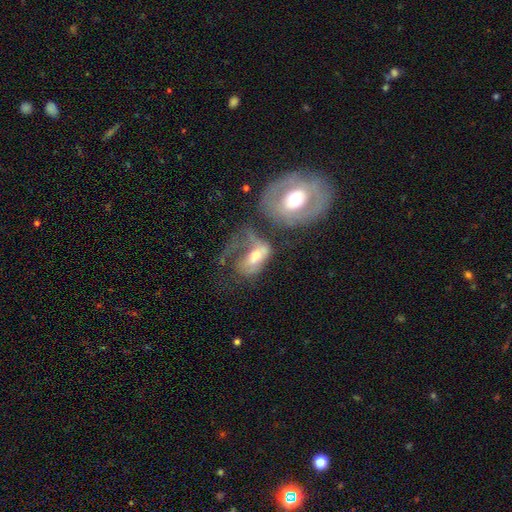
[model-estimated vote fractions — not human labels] smooth-or-featured: featured or disk: 56% | smooth: 35% | star or artifact: 9%
  disk-edge-on: no: 93% | yes: 7%
    bar: no: 59% | weak: 28% | strong: 13%
    has-spiral-arms: no: 50% (tied) | yes: 50% (tied)
    bulge-size: moderate: 63% | small: 22% | large: 10% | none: 3% | dominant: 2%
  merging: merger: 40% | major disturbance: 34% | none: 15% | minor disturbance: 11%